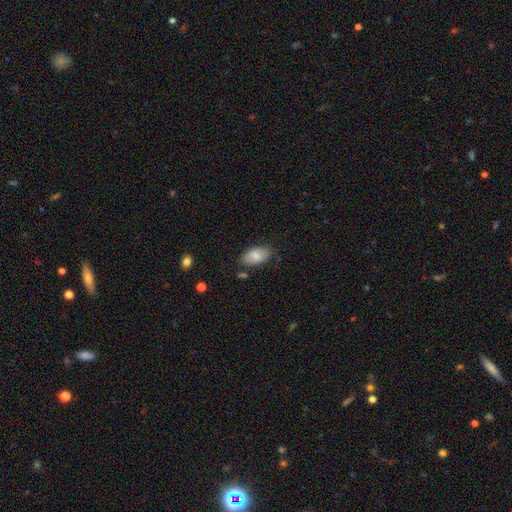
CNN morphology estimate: Smooth or featured?
  - smooth: 82% *
  - featured or disk: 11%
  - star or artifact: 7%
How rounded?
  - in between: 94% *
  - cigar-shaped: 3%
  - round: 3%
Merging?
  - none: 78% *
  - minor disturbance: 16%
  - major disturbance: 3%
  - merger: 3%